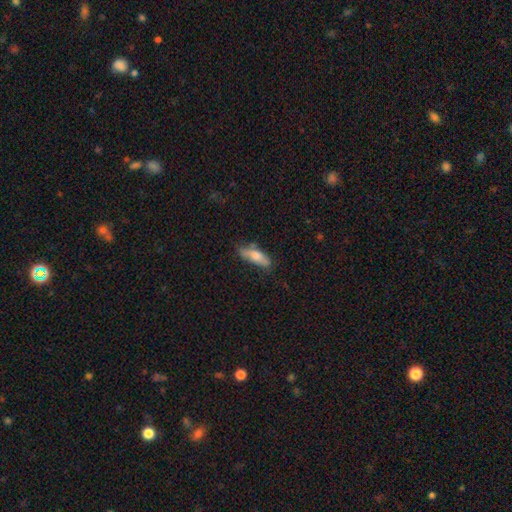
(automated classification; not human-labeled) Q: Smooth or featured?
A: smooth (71%); runner-up: featured or disk (22%)
Q: How rounded?
A: in between (51%); runner-up: cigar-shaped (47%)
Q: Merging?
A: none (65%); runner-up: minor disturbance (25%)